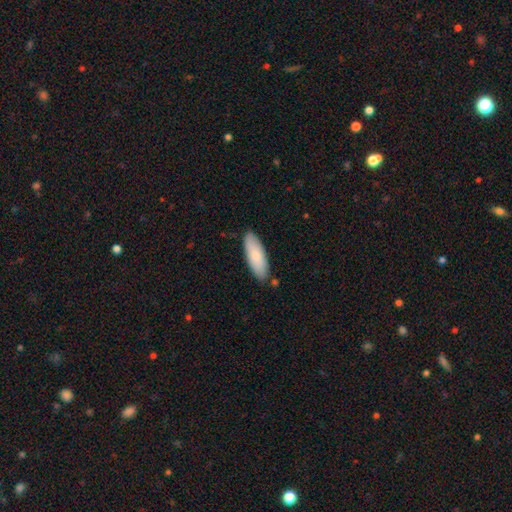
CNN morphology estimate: A smooth galaxy with no disk features (82%) that is in between round and cigar-shaped (64%). Merging: none (84%).